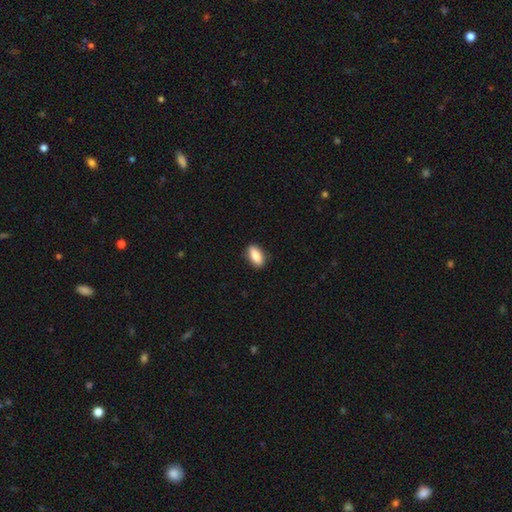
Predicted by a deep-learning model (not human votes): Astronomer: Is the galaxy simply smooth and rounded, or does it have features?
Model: smooth — 83%.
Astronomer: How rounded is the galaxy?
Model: in between — 85%.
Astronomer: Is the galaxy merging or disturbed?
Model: none — 86%.